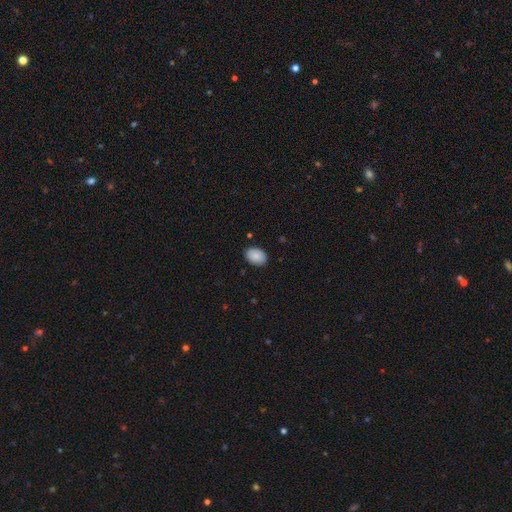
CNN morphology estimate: This appears to be a smooth galaxy with no disk features (88%) that is in between round and cigar-shaped (77%). Merging: none (87%).